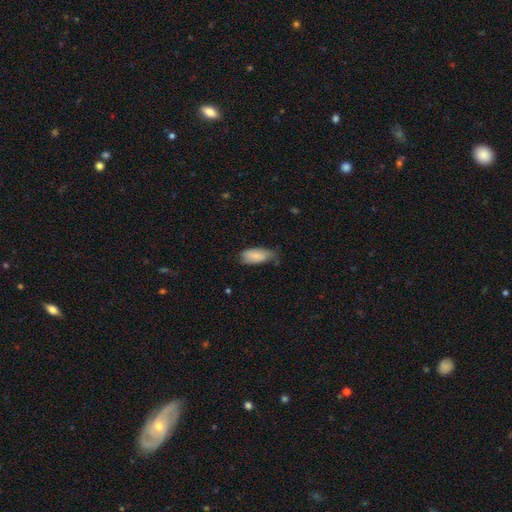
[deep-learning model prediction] Smooth or featured? smooth (82%)
How rounded? in between (87%)
Merging? none (51%)